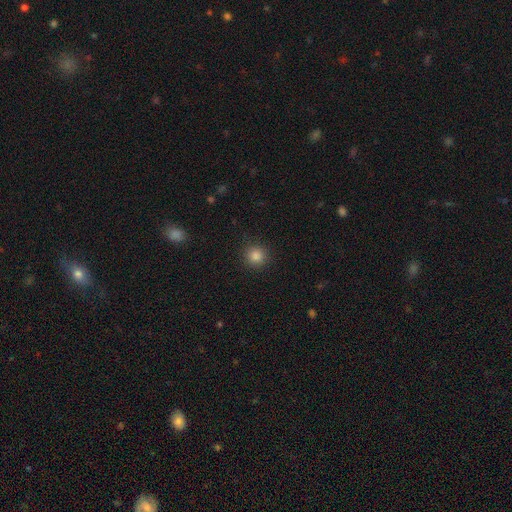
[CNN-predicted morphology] Q: Smooth or featured?
A: smooth (85%); runner-up: star or artifact (12%)
Q: How rounded?
A: round (92%); runner-up: in between (7%)
Q: Merging?
A: none (90%); runner-up: minor disturbance (7%)